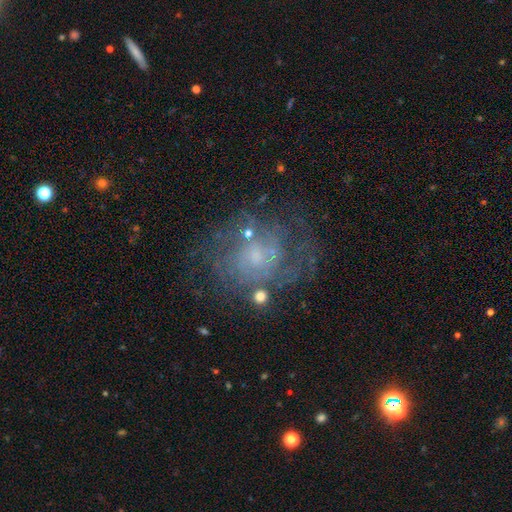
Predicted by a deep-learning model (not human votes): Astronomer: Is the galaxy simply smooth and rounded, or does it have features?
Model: featured or disk — 71%.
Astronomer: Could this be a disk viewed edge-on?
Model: no — 98%.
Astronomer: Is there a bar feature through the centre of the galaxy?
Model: no — 73%.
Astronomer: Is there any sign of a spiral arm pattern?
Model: yes — 75%.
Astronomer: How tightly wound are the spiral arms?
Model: tight — 51% (runner-up: medium, 35%).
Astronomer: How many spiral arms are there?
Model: can't tell — 52%.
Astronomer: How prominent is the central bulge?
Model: small — 58%.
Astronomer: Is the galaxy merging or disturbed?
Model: none — 61%.